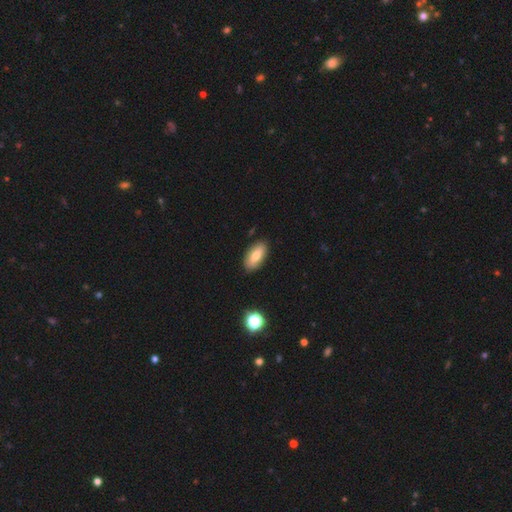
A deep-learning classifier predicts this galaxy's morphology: smooth_or_featured: smooth (p=0.72) [alt: featured or disk p=0.21]
how_rounded: in between (p=0.88) [alt: cigar-shaped p=0.09]
merging: none (p=0.87) [alt: minor disturbance p=0.10]